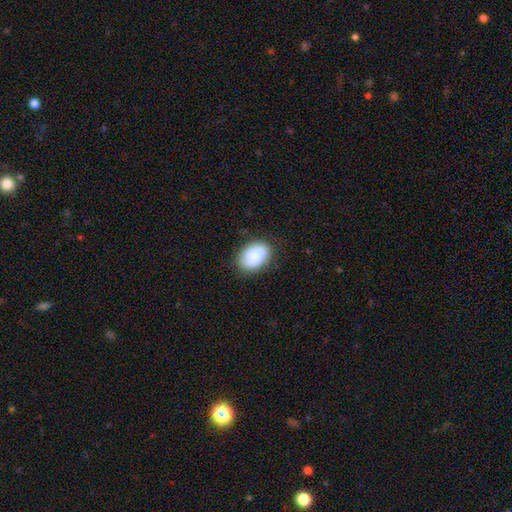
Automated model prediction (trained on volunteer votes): Morphology: type=smooth (78%); roundness=in between (82%); merging=none (79%).